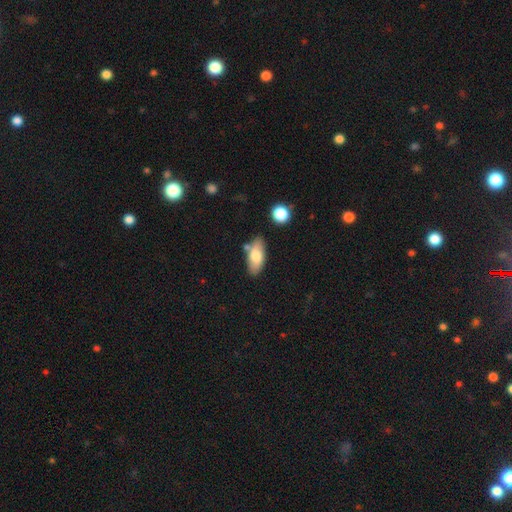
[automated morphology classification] Smooth or featured? smooth (74%)
How rounded? in between (87%)
Merging? none (74%)